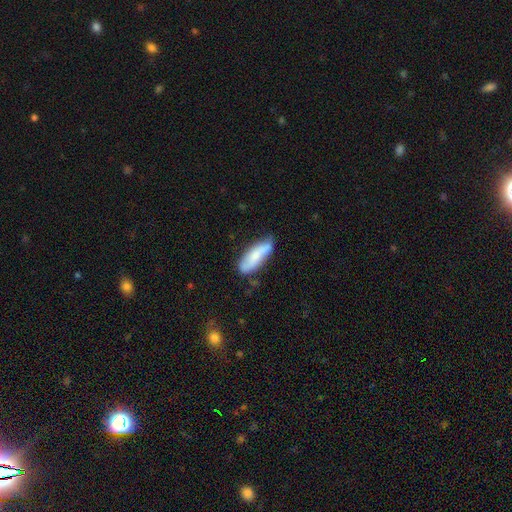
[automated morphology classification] smooth_or_featured: smooth (p=0.63) [alt: featured or disk p=0.31]
how_rounded: in between (p=0.59) [alt: cigar-shaped p=0.39]
merging: none (p=0.64) [alt: minor disturbance p=0.27]